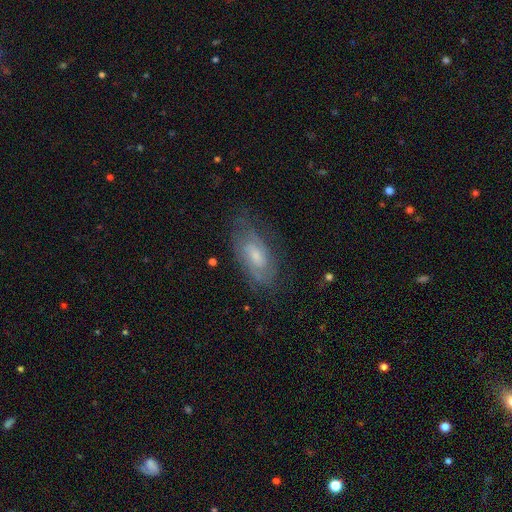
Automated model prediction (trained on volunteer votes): A featured or disk galaxy (62%) with no bar (52%), spiral arms (83%) and a moderate central bulge (45%). Merging: none (67%).